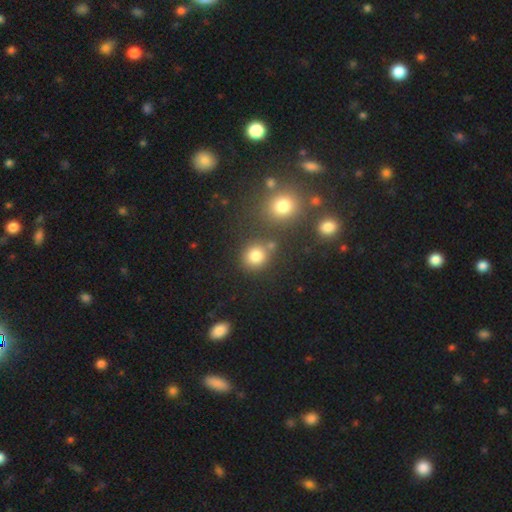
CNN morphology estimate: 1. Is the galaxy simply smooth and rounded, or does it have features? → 79% smooth, 15% star or artifact, 6% featured or disk.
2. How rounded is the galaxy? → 81% round, 18% in between, 1% cigar-shaped.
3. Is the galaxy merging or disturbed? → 72% none, 13% merger, 10% minor disturbance, 4% major disturbance.